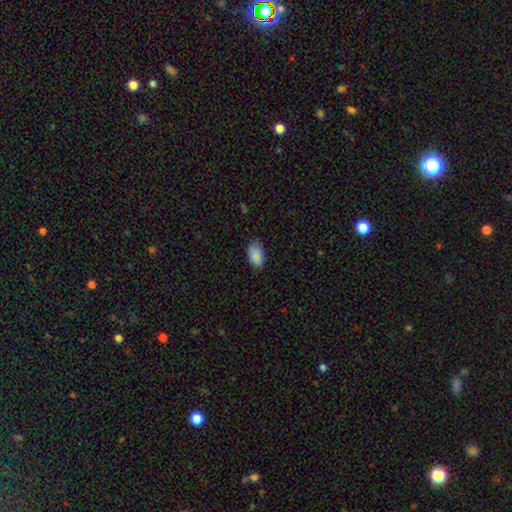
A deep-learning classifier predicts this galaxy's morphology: Q: Smooth or featured?
A: smooth (88%); runner-up: star or artifact (8%)
Q: How rounded?
A: in between (93%); runner-up: round (5%)
Q: Merging?
A: none (69%); runner-up: minor disturbance (26%)